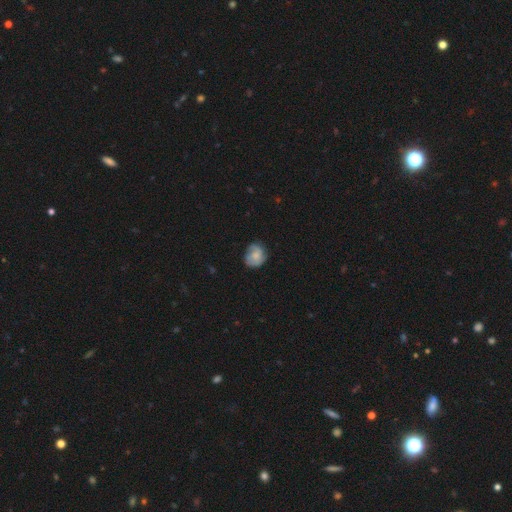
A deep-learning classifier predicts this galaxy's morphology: A smooth galaxy with no disk features (55%) that is round (65%). Merging: none (66%).